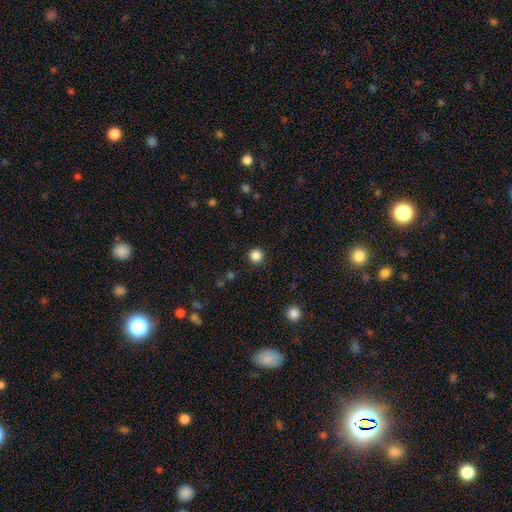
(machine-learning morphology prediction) smooth 85%, star or artifact 12%, featured or disk 3%. Down the decision tree: how rounded — round (96%); merging — none (92%).